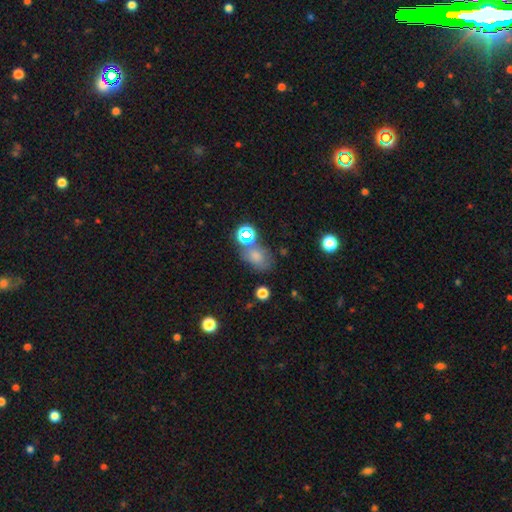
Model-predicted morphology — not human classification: The model was most divided on "merging": none: 53%, minor disturbance: 19%, merger: 19%, major disturbance: 9%. More confident: how rounded — in between (70%); smooth or featured — smooth (69%).